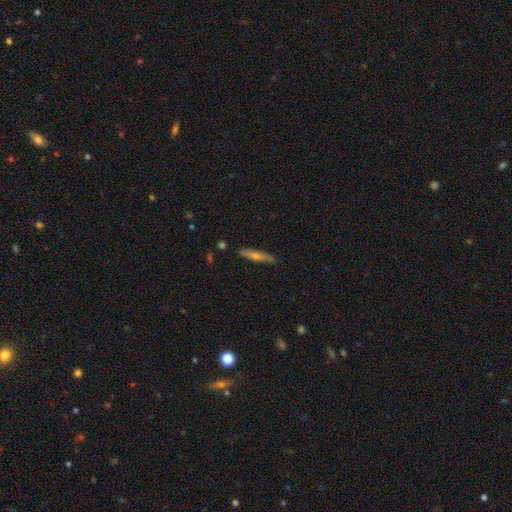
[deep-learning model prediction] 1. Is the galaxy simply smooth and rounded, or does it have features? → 52% featured or disk, 41% smooth, 7% star or artifact.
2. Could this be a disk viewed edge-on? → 91% yes, 9% no.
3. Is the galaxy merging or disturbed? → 88% none, 9% minor disturbance, 2% major disturbance, 2% merger.